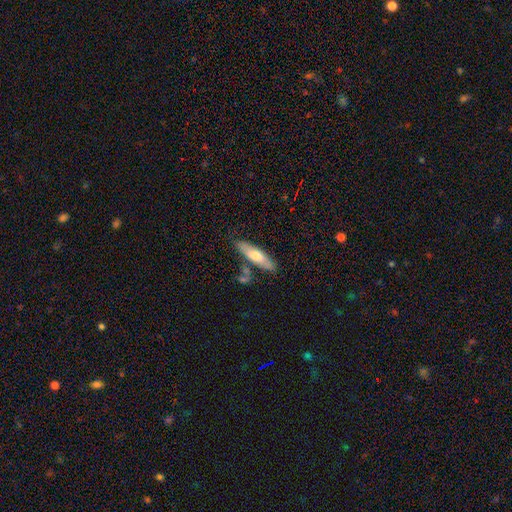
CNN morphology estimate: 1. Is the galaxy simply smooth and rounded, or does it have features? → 62% smooth, 33% featured or disk, 6% star or artifact.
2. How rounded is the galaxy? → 60% cigar-shaped, 38% in between, 2% round.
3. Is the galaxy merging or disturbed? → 74% none, 14% minor disturbance, 8% merger, 3% major disturbance.